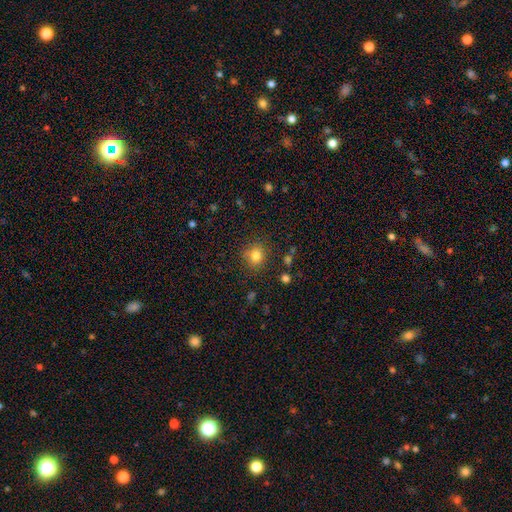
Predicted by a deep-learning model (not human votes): Smooth or featured?
  - smooth: 81% *
  - star or artifact: 13%
  - featured or disk: 7%
How rounded?
  - round: 78% *
  - in between: 21%
  - cigar-shaped: 1%
Merging?
  - none: 82% *
  - minor disturbance: 11%
  - major disturbance: 3%
  - merger: 3%